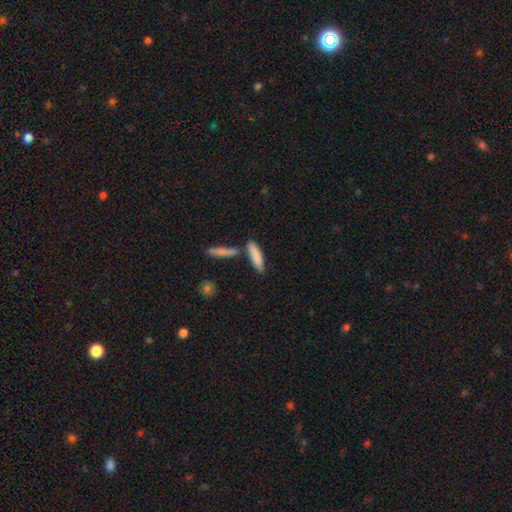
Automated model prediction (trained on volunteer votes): A smooth galaxy with no disk features (81%) that is cigar-shaped (68%).

Vote fractions:
- Smooth or featured? smooth: 81% / featured or disk: 12% / star or artifact: 6%
- How rounded? cigar-shaped: 68% / in between: 30% / round: 2%
- Merging? none: 65% / merger: 19% / minor disturbance: 13% / major disturbance: 3%